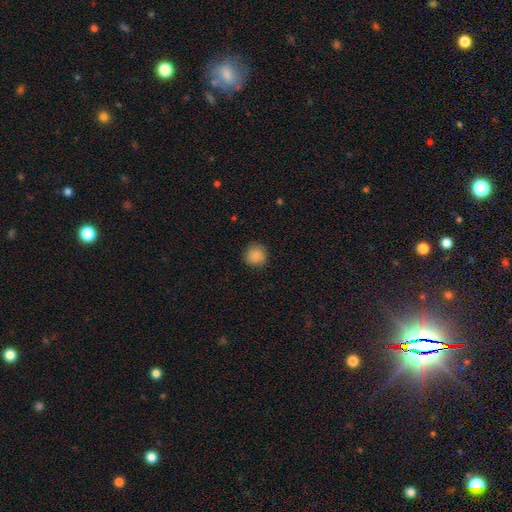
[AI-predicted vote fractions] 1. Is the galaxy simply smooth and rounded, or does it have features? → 87% smooth, 8% star or artifact, 4% featured or disk.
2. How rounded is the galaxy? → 92% round, 7% in between, 1% cigar-shaped.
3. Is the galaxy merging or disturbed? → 85% none, 11% minor disturbance, 3% major disturbance, 1% merger.